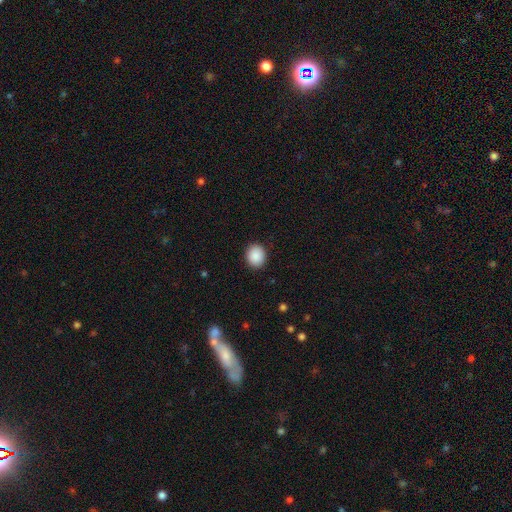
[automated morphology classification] Smooth or featured?
  - smooth: 89% *
  - star or artifact: 8%
  - featured or disk: 3%
How rounded?
  - round: 70% *
  - in between: 29%
  - cigar-shaped: 1%
Merging?
  - none: 91% *
  - minor disturbance: 6%
  - major disturbance: 2%
  - merger: 1%